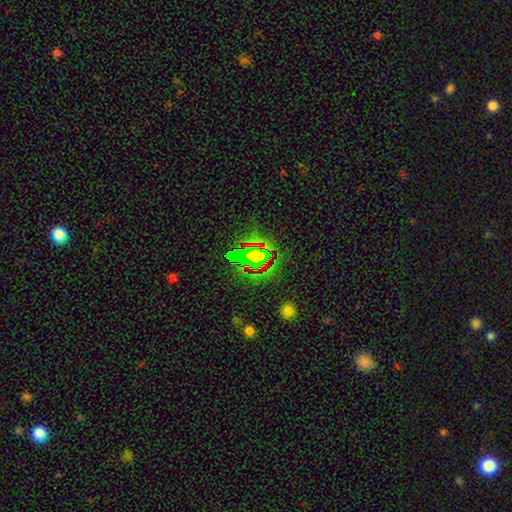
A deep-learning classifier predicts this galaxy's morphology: Smooth or featured?
  - star or artifact: 63% *
  - smooth: 22%
  - featured or disk: 15%